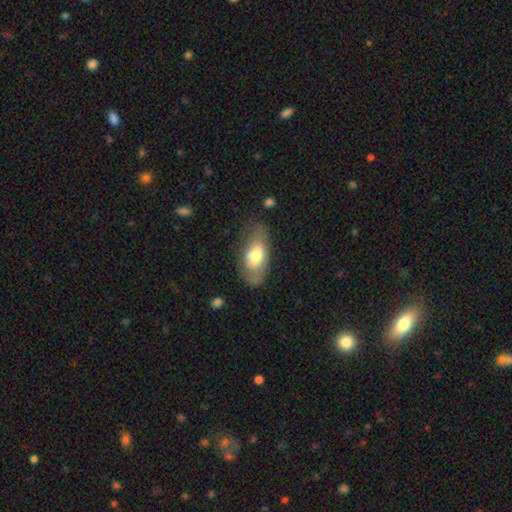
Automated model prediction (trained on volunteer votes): This appears to be a smooth galaxy with no disk features (63%) that is in between round and cigar-shaped (88%). Merging: none (59%).